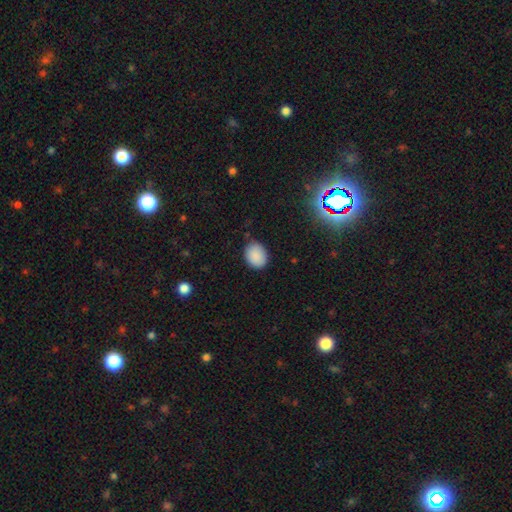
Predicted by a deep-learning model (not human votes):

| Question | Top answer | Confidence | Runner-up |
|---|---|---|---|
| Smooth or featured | smooth | 88% | star or artifact (8%) |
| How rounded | in between | 60% | round (39%) |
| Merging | none | 81% | minor disturbance (15%) |